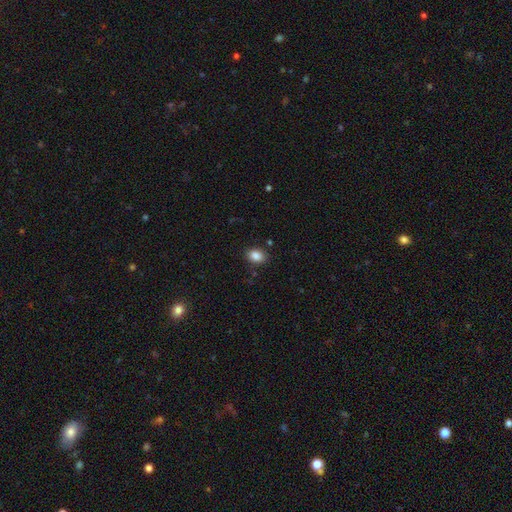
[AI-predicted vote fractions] smooth_or_featured: smooth (p=0.86) [alt: star or artifact p=0.09]
how_rounded: in between (p=0.70) [alt: round p=0.29]
merging: none (p=0.86) [alt: minor disturbance p=0.09]